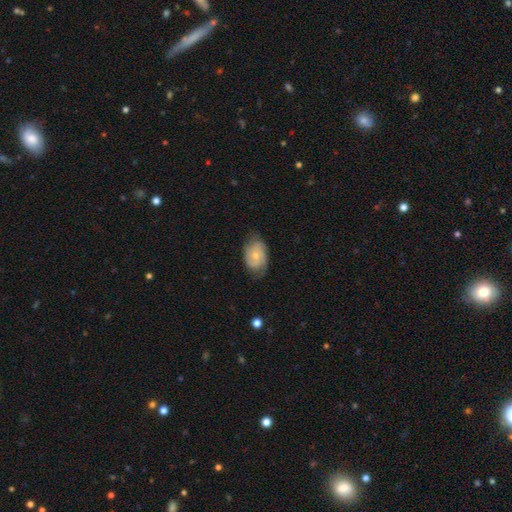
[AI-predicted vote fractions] Morphology: type=featured or disk (50%); edge-on=no (96%); merging=none (63%).